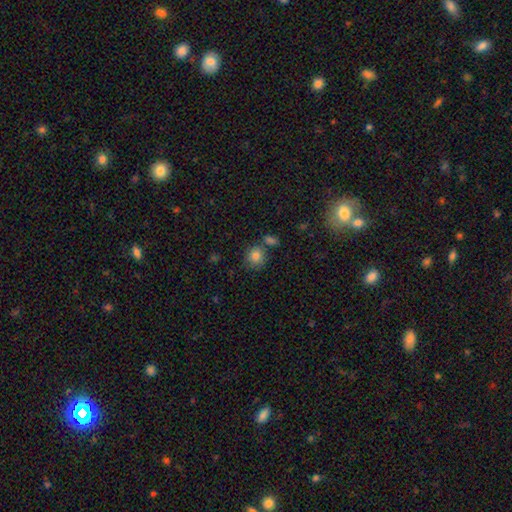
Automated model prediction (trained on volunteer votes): Overall: smooth (82%). How rounded: round (83%). Merging: none (66%).